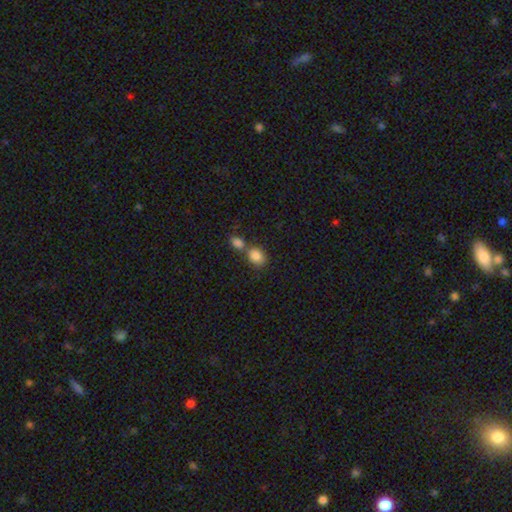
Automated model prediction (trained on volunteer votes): This appears to be a smooth galaxy with no disk features (86%) that is in between round and cigar-shaped (63%). Merging: merger (44%).